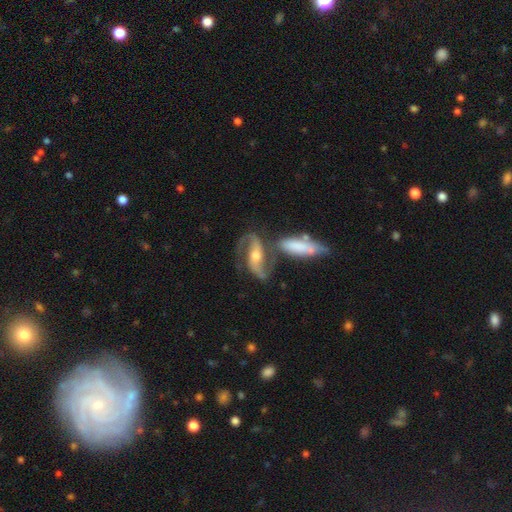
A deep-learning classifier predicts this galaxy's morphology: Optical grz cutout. It shows a featured or disk galaxy (85%) with a strong bar (37%), 2 (90%) medium (48%) spiral arms (96%) and a moderate central bulge (61%). Merging: none (50%).